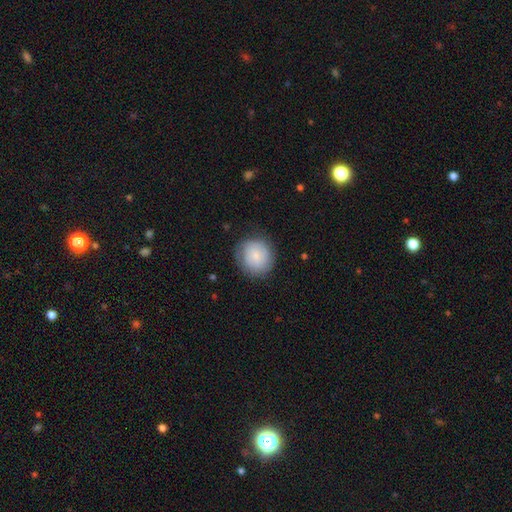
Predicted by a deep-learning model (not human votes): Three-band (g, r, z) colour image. It shows a smooth galaxy with no disk features (75%) that is round (89%). Merging: none (78%).